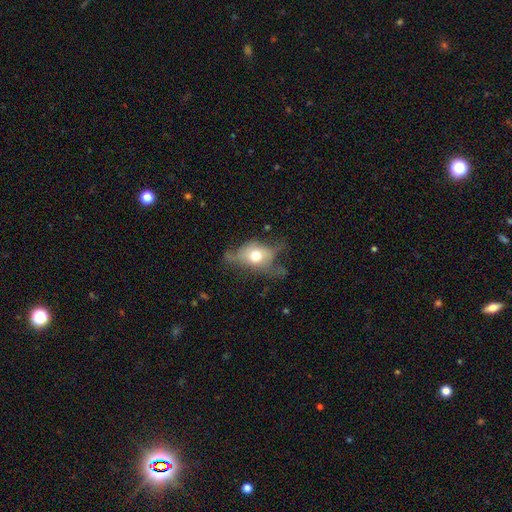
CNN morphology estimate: type=smooth (52%); roundness=in between (68%); merging=major disturbance (35%).